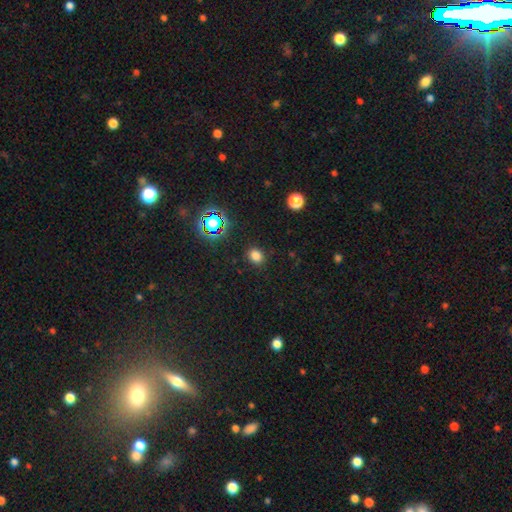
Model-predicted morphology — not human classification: A smooth galaxy with no disk features (77%) that is round (65%). Merging: none (88%).